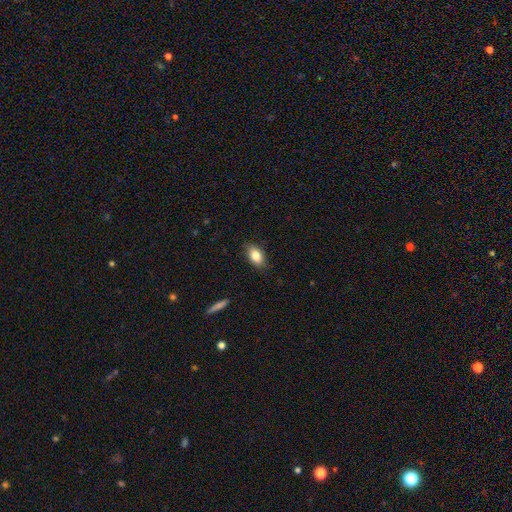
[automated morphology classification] Smooth or featured: smooth — 83% (featured or disk — 9%)
How rounded: in between — 89% (round — 8%)
Merging: none — 83% (minor disturbance — 13%)